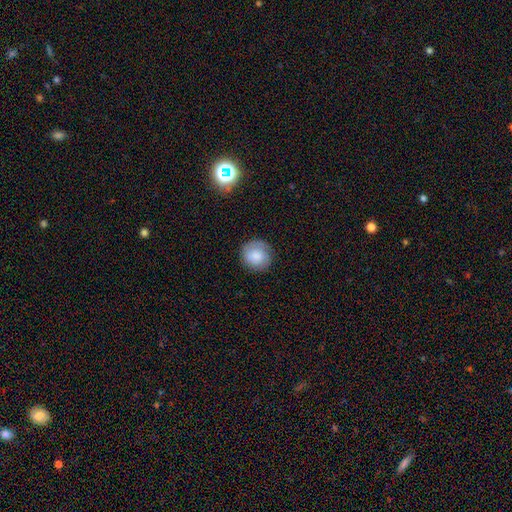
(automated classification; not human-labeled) This appears to be a smooth galaxy with no disk features (76%) that is round (88%). Merging: none (81%).